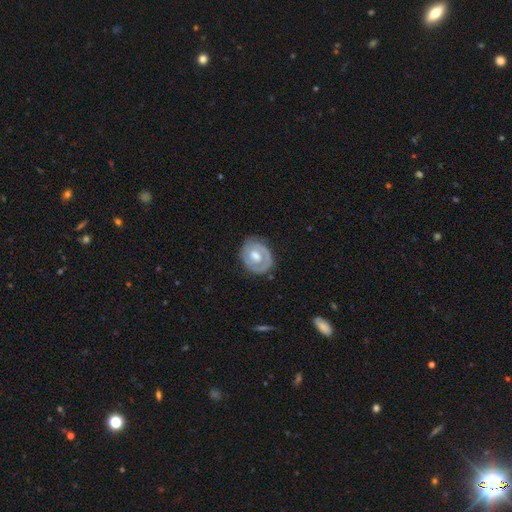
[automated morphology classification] A featured or disk galaxy (69%) with no bar (57%), spiral arms (63%) and a moderate central bulge (63%). Merging: none (76%).